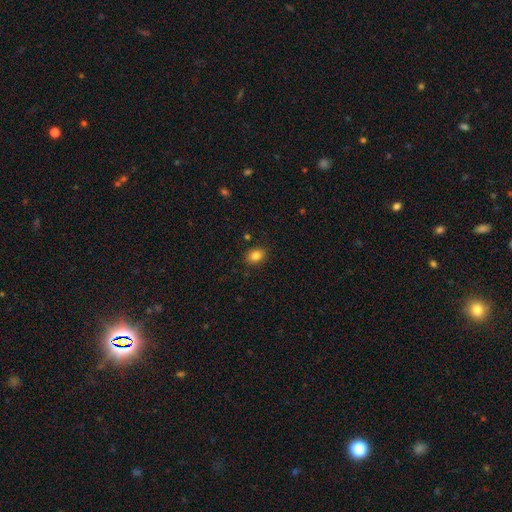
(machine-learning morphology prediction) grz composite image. It shows a smooth galaxy with no disk features (84%) that is in between round and cigar-shaped (69%). Merging: none (87%).